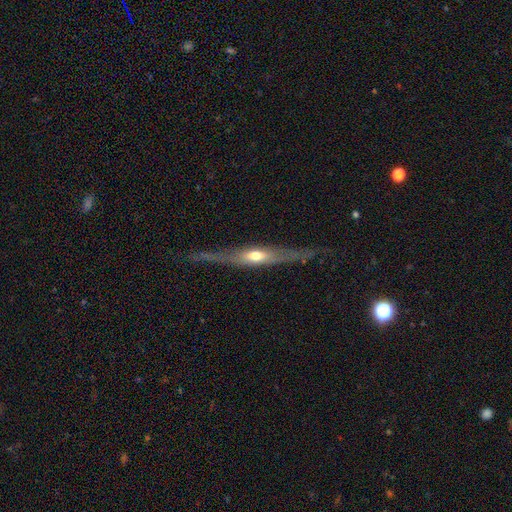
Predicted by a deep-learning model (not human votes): This appears to be a featured or disk galaxy (72%) viewed edge-on (92%) with a rounded central bulge (84%). Merging: none (76%).